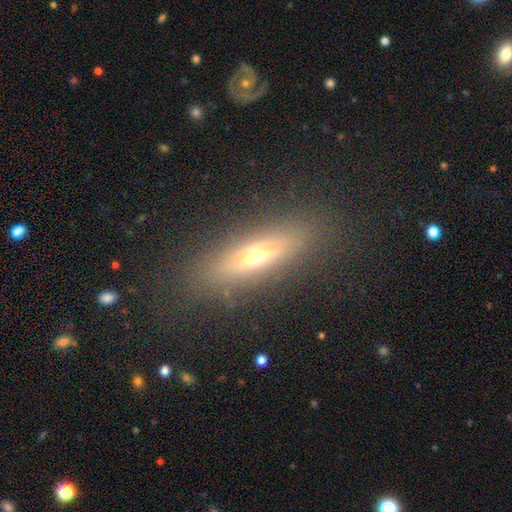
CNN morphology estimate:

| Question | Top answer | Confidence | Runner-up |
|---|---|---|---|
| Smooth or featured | featured or disk | 52% | smooth (37%) |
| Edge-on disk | yes | 79% | no (21%) |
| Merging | none | 83% | minor disturbance (10%) |